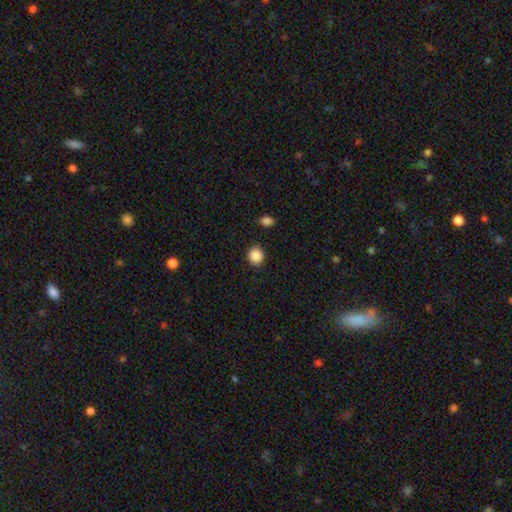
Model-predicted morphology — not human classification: This is clearly a smooth galaxy (88%). How rounded: likely round (79%). Merging: clearly none (89%).